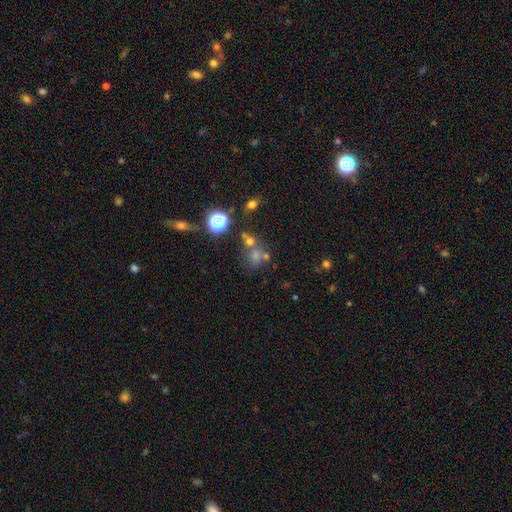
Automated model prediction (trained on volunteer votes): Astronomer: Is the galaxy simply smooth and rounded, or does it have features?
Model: smooth — 49% (runner-up: star or artifact, 36%).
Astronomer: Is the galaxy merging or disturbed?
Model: none — 54% (runner-up: merger, 32%).